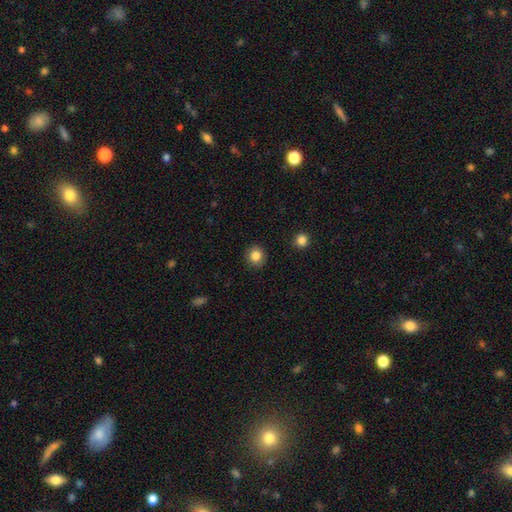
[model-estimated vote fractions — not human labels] The model was most divided on "smooth or featured": smooth: 85%, star or artifact: 10%, featured or disk: 5%. More confident: merging — none (91%); how rounded — round (88%).